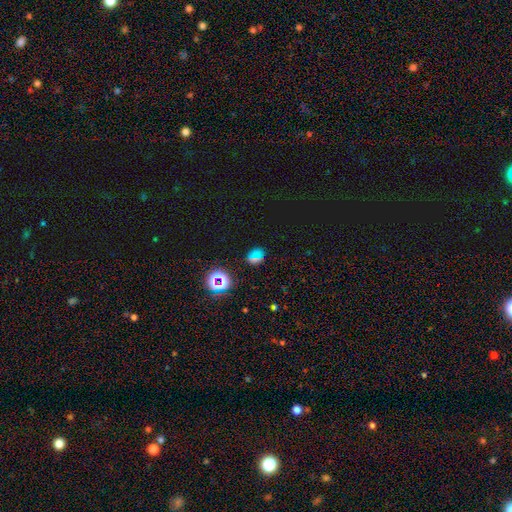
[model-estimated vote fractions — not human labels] star or artifact 47%, smooth 43%, featured or disk 10%.